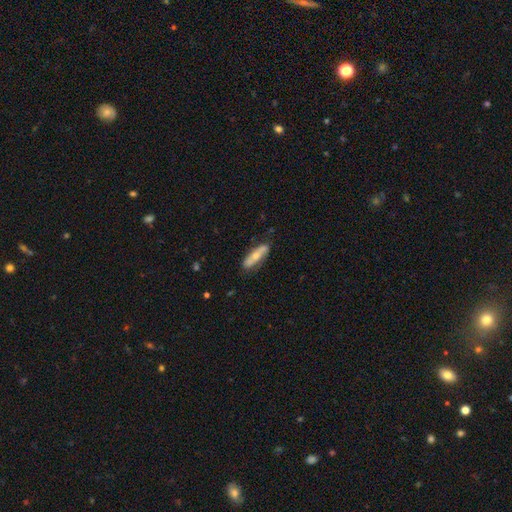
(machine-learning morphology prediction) Overall: smooth (51%; featured or disk 43%). How rounded: cigar-shaped (53%; in between 45%). Merging: none (80%).